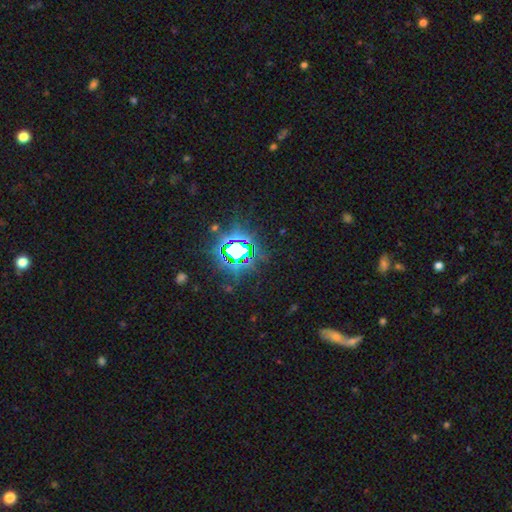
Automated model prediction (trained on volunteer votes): A star or artifact, not a galaxy (80%).